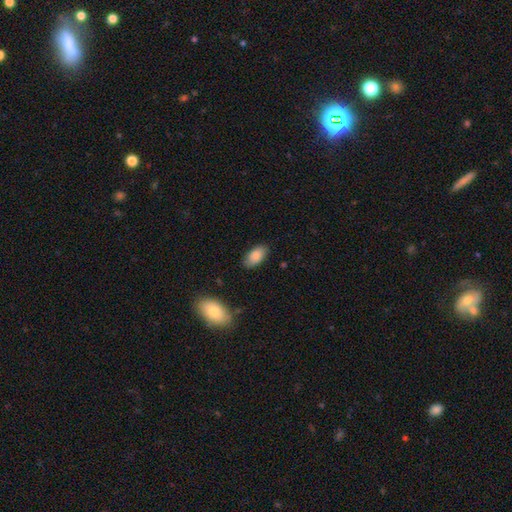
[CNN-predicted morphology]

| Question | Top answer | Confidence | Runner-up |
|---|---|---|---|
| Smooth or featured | smooth | 86% | featured or disk (7%) |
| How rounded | in between | 94% | cigar-shaped (3%) |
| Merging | none | 83% | minor disturbance (12%) |